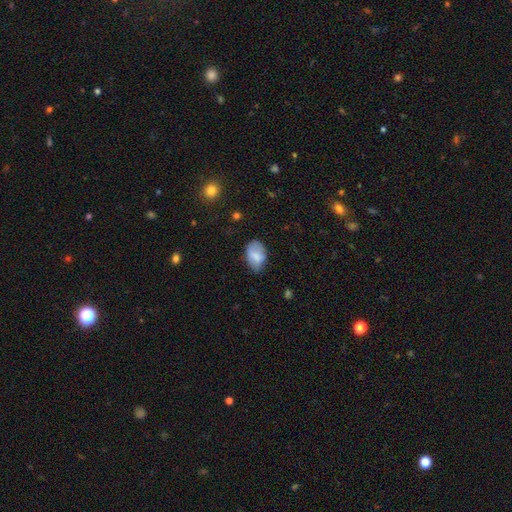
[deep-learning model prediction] smooth_or_featured: smooth (p=0.73) [alt: featured or disk p=0.19]
how_rounded: in between (p=0.85) [alt: round p=0.13]
merging: none (p=0.56) [alt: minor disturbance p=0.33]